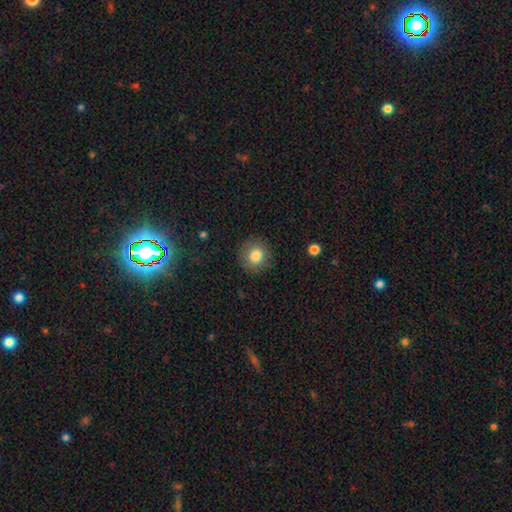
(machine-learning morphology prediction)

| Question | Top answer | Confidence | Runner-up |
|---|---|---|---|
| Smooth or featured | smooth | 82% | star or artifact (9%) |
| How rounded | round | 91% | in between (8%) |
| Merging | none | 88% | minor disturbance (8%) |